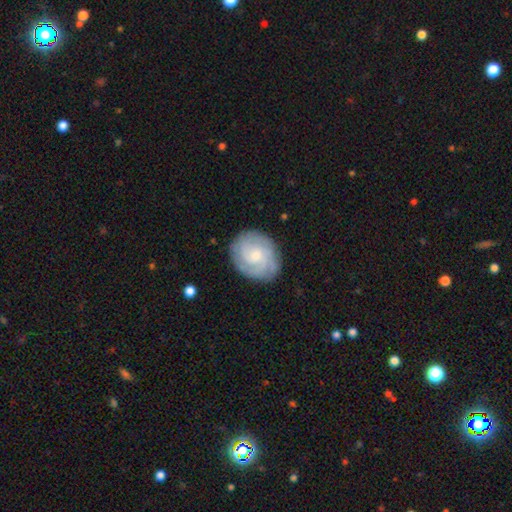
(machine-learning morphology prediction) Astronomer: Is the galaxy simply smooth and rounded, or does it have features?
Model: featured or disk — 63%.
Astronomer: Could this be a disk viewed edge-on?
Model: no — 98%.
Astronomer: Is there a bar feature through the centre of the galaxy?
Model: no — 67%.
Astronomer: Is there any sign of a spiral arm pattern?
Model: yes — 89%.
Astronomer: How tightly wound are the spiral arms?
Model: tight — 60%.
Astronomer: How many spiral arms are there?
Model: can't tell — 41% (runner-up: 3, 21%).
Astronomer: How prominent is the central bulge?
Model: small — 48% (runner-up: moderate, 43%).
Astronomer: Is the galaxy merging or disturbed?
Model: none — 80%.